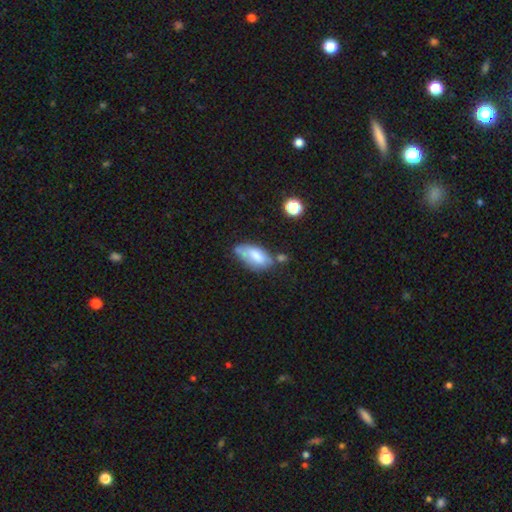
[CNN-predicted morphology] smooth-or-featured: smooth: 69% | featured or disk: 23% | star or artifact: 8%
  how-rounded: in between: 89% | cigar-shaped: 9% | round: 3%
  merging: none: 38% | minor disturbance: 33% | merger: 17% | major disturbance: 12%